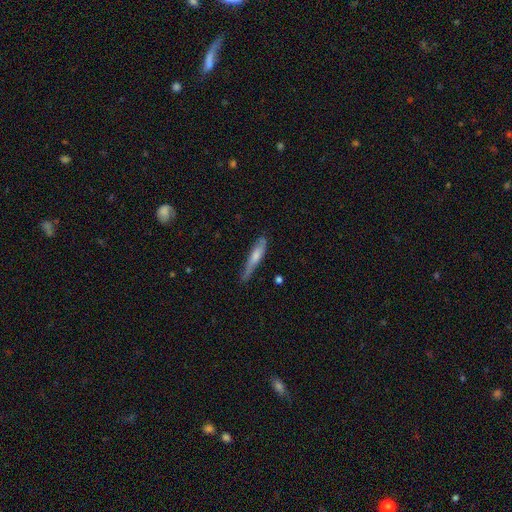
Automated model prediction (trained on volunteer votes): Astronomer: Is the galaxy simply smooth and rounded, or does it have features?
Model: smooth — 49% (runner-up: featured or disk, 45%).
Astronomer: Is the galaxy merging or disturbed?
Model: none — 66%.